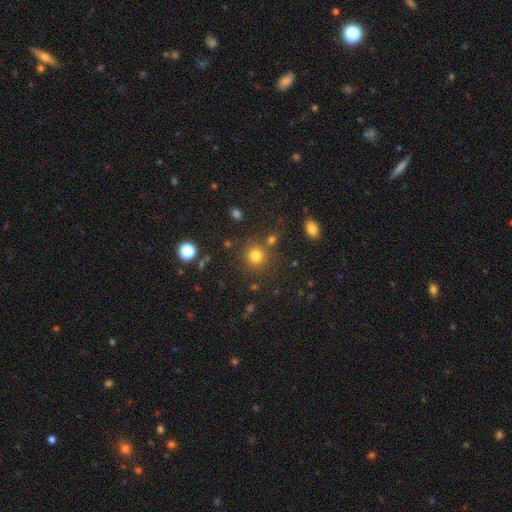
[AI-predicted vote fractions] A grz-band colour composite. It shows a smooth galaxy with no disk features (78%) that is round (90%). Merging: none (79%).